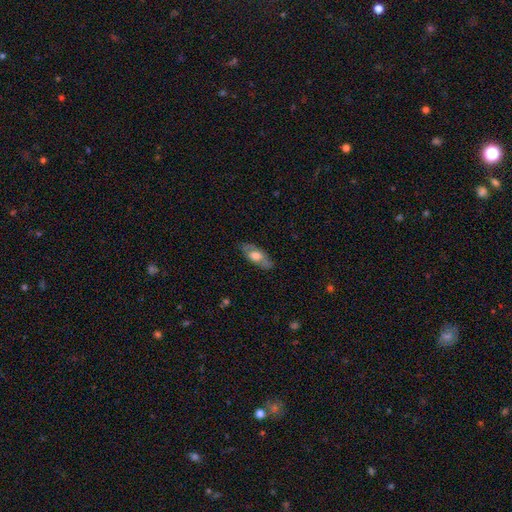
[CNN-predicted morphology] Q: Smooth or featured?
A: smooth (56%); runner-up: featured or disk (38%)
Q: How rounded?
A: in between (80%); runner-up: cigar-shaped (16%)
Q: Merging?
A: none (79%); runner-up: minor disturbance (16%)